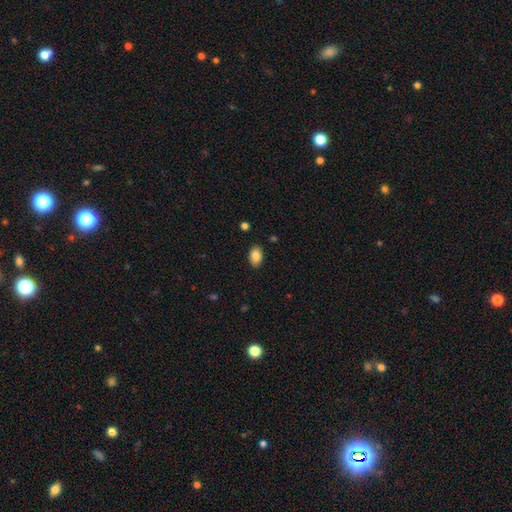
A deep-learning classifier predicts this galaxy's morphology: The model was most divided on "merging": none: 88%, minor disturbance: 9%, major disturbance: 2%, merger: 1%. More confident: how rounded — in between (90%); smooth or featured — smooth (87%).